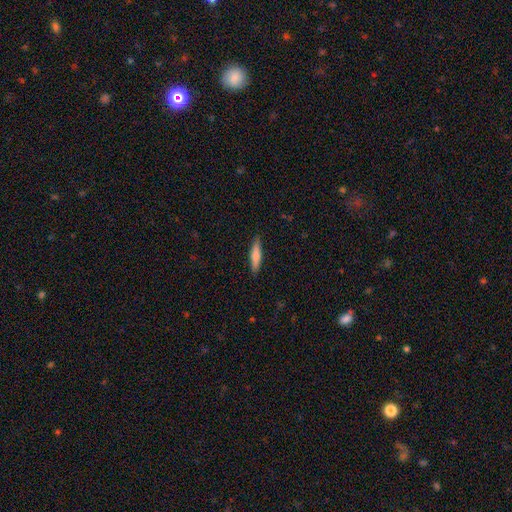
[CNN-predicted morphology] smooth-or-featured: smooth: 78% | featured or disk: 16% | star or artifact: 5%
  how-rounded: cigar-shaped: 82% | in between: 17% | round: 1%
  merging: none: 89% | minor disturbance: 8% | major disturbance: 2% | merger: 1%